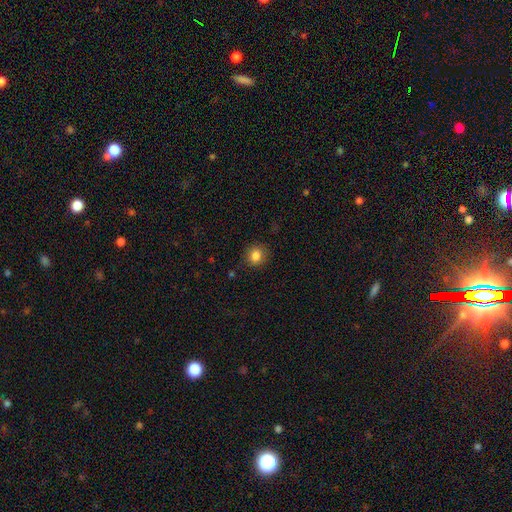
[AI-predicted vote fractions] Smooth or featured? smooth (84%)
How rounded? round (80%)
Merging? none (88%)